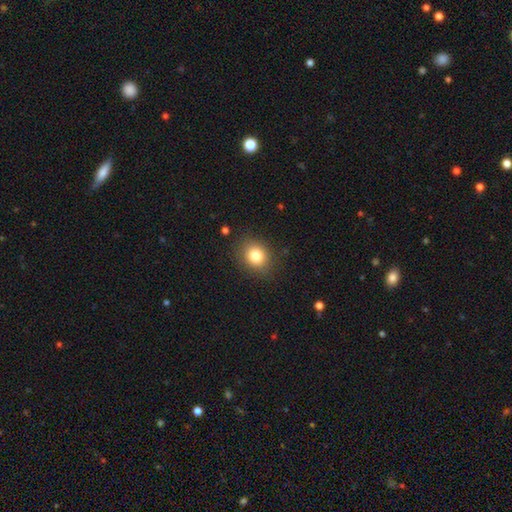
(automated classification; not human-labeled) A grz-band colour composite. It shows a smooth galaxy with no disk features (81%) that is round (66%). Merging: none (86%).